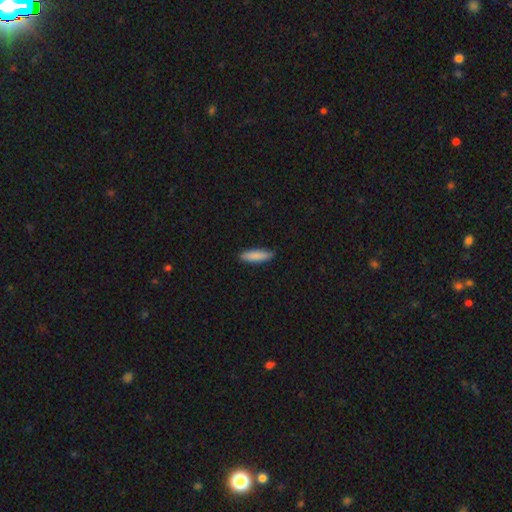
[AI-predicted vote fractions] Overall: smooth (87%). How rounded: cigar-shaped (66%; in between 32%). Merging: none (89%).